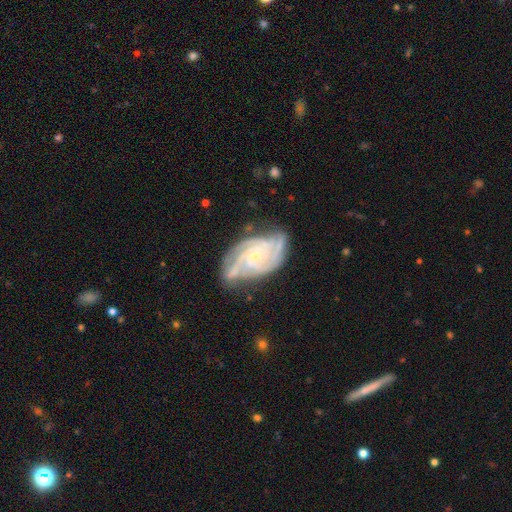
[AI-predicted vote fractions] This is clearly a featured or disk galaxy (90%). It is clearly not viewed edge-on (97%). Bar: possibly no (56%). Spiral arm pattern: clearly yes (98%). Spiral arm count: marginally 3 (41%). Spiral winding: likely tight (64%). Central bulge: likely small (78%). Merging: likely none (68%).